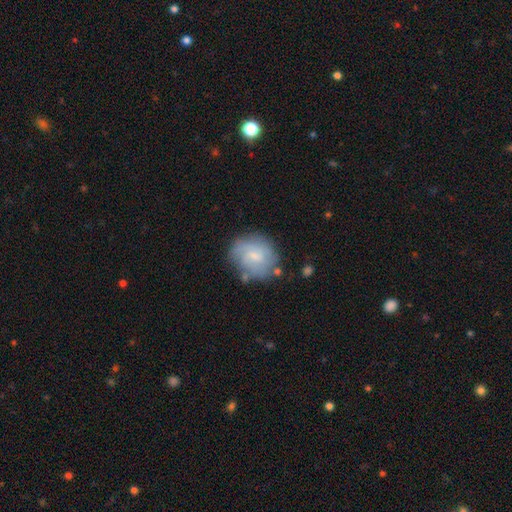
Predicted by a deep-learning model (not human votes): Overall: smooth (50%; featured or disk 42%). How rounded: round (70%). Merging: none (66%).